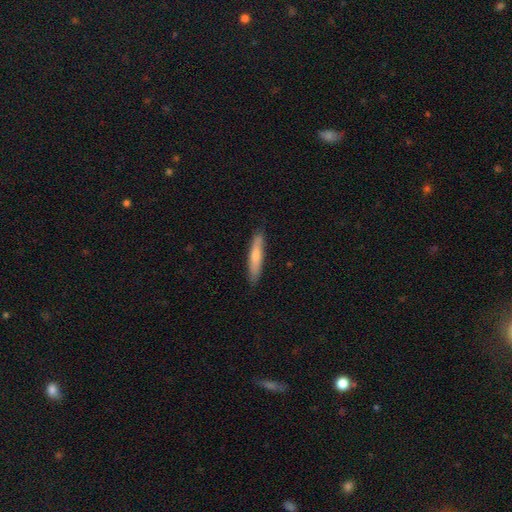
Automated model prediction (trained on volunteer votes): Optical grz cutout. It shows a smooth galaxy with no disk features (71%) that is cigar-shaped (87%). Merging: none (86%).